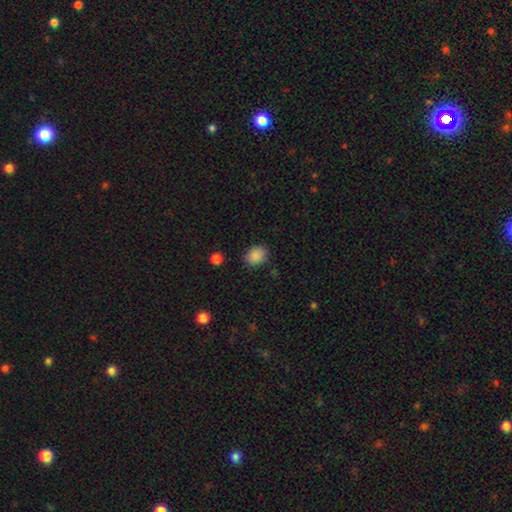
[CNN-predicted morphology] type=smooth (87%); roundness=in between (53%); merging=none (84%).